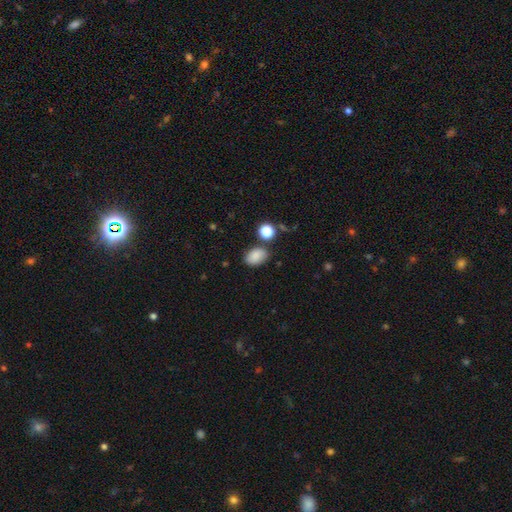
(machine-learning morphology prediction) The model was most divided on "merging": none: 75%, minor disturbance: 15%, merger: 6%, major disturbance: 4%. More confident: smooth or featured — smooth (84%); how rounded — in between (82%).